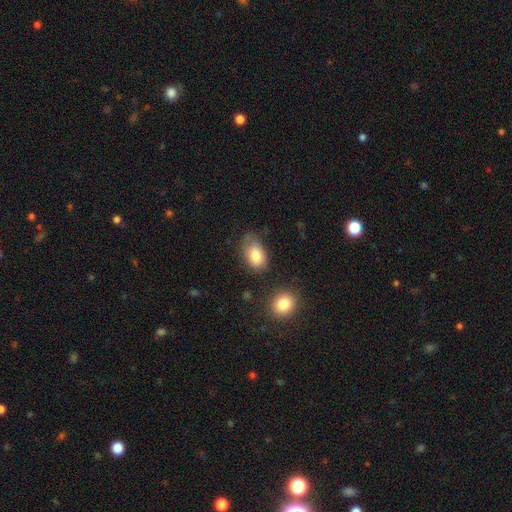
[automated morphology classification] This appears to be a smooth galaxy with no disk features (79%) that is in between round and cigar-shaped (89%). Merging: none (53%).